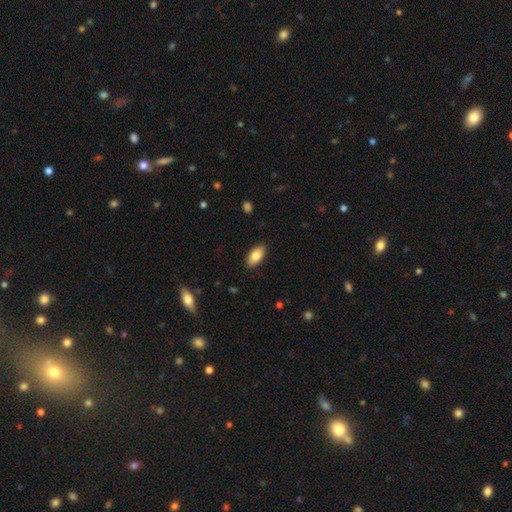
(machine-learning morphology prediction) A smooth galaxy with no disk features (83%) that is in between round and cigar-shaped (91%). Merging: none (88%).